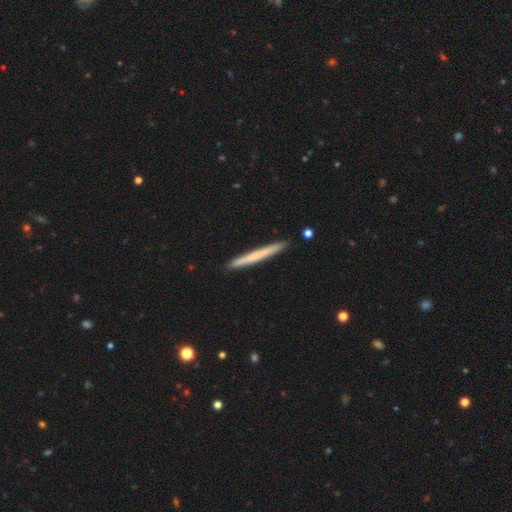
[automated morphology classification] A smooth galaxy with no disk features (61%) that is cigar-shaped (97%).

Vote fractions:
- Smooth or featured? smooth: 61% / featured or disk: 34% / star or artifact: 5%
- How rounded? cigar-shaped: 97% / in between: 2% / round: 1%
- Merging? none: 92% / minor disturbance: 6% / merger: 1% / major disturbance: 1%